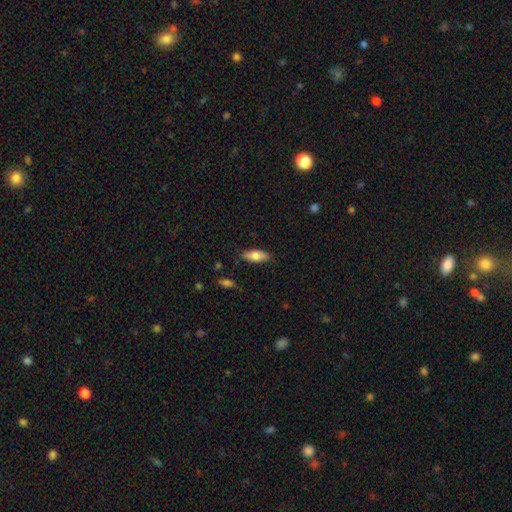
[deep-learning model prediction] Overall: smooth (75%). How rounded: in between (75%). Merging: none (85%).